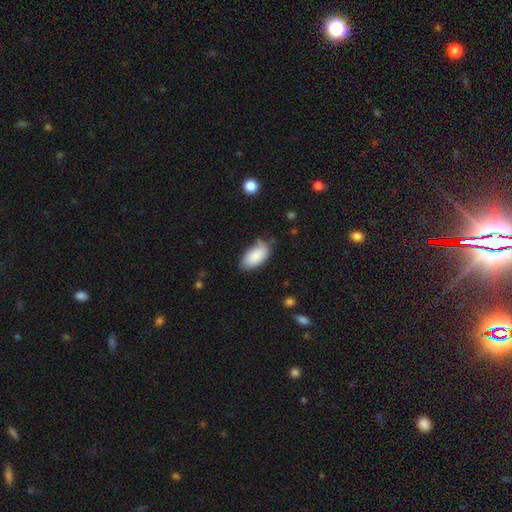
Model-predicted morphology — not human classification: Q: Smooth or featured?
A: smooth (87%); runner-up: featured or disk (7%)
Q: How rounded?
A: in between (95%); runner-up: cigar-shaped (3%)
Q: Merging?
A: none (66%); runner-up: minor disturbance (26%)